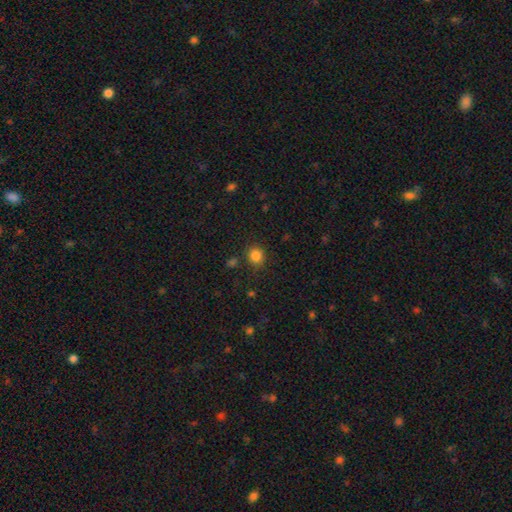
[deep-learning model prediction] A smooth galaxy with no disk features (84%) that is round (80%).

Vote fractions:
- Smooth or featured? smooth: 84% / star or artifact: 12% / featured or disk: 4%
- How rounded? round: 80% / in between: 19% / cigar-shaped: 1%
- Merging? none: 83% / minor disturbance: 10% / merger: 4% / major disturbance: 3%